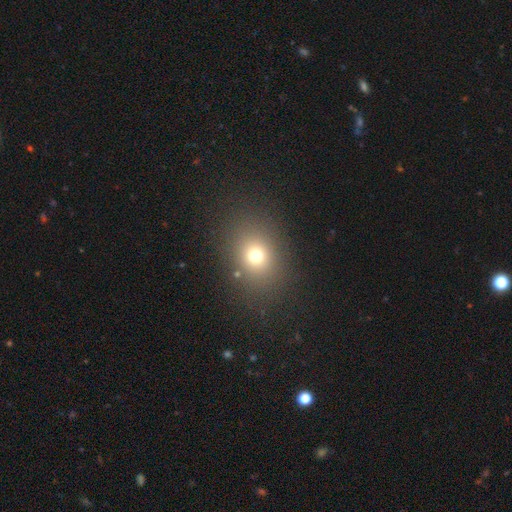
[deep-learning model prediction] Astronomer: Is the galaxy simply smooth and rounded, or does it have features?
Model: smooth — 70%.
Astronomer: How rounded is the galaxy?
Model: round — 55% (runner-up: in between, 44%).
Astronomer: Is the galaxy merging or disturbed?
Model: none — 84%.